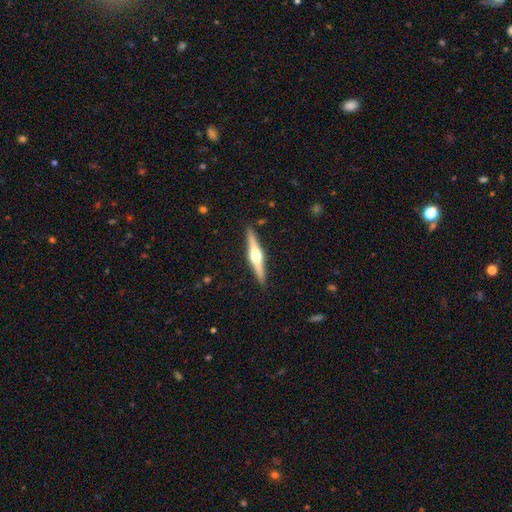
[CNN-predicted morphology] Smooth or featured? featured or disk (75%)
Edge-on disk? yes (98%)
Edge-on bulge? rounded (95%)
Merging? none (91%)